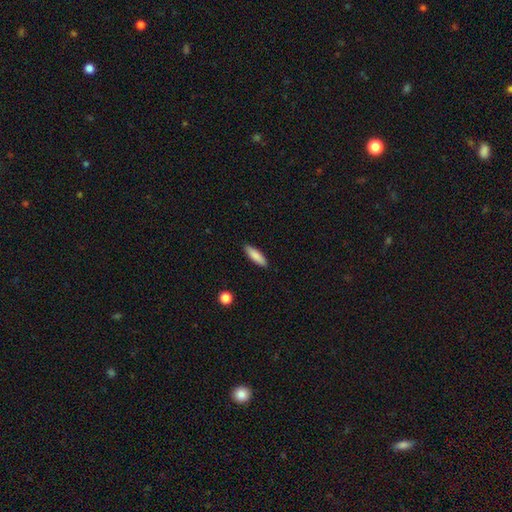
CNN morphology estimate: A smooth galaxy with no disk features (85%) that is cigar-shaped (63%). Merging: none (90%).